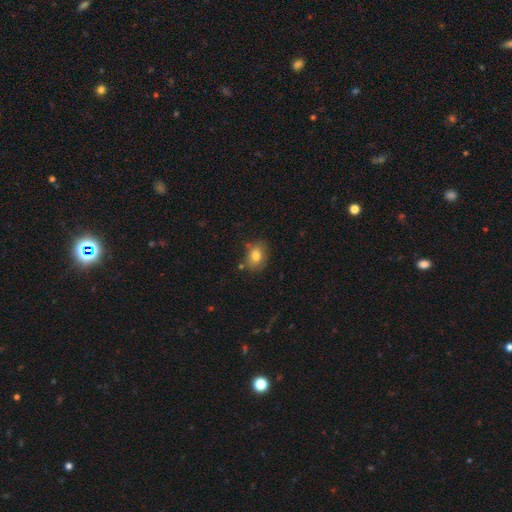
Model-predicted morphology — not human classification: Smooth or featured: smooth — 81% (featured or disk — 10%)
How rounded: in between — 61% (round — 38%)
Merging: none — 74% (minor disturbance — 17%)